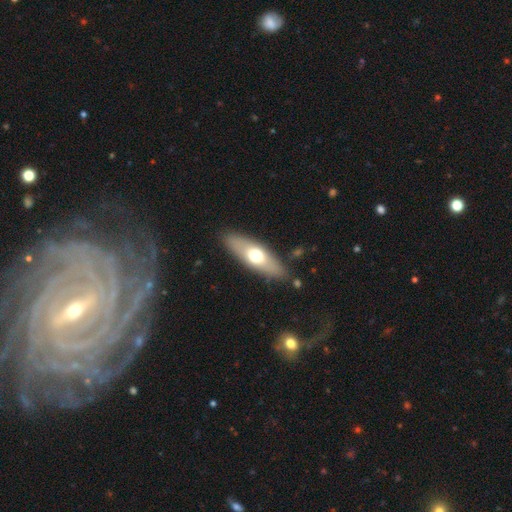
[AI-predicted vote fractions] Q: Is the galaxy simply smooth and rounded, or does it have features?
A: smooth — 57%.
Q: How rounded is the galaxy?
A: in between — 57%.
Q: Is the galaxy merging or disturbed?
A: none — 86%.